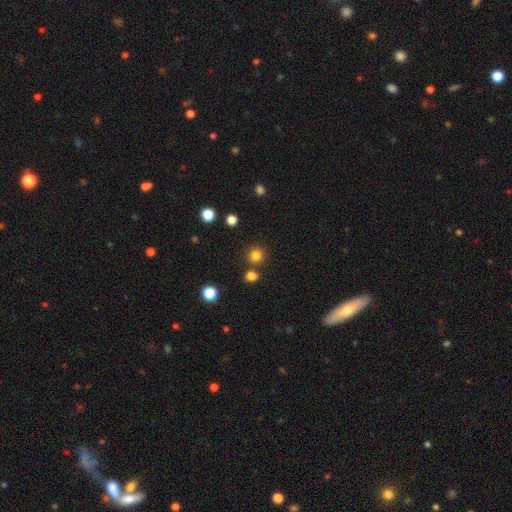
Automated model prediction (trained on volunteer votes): The model was most divided on "smooth or featured": smooth: 81%, star or artifact: 15%, featured or disk: 4%. More confident: how rounded — round (92%); merging — none (81%).